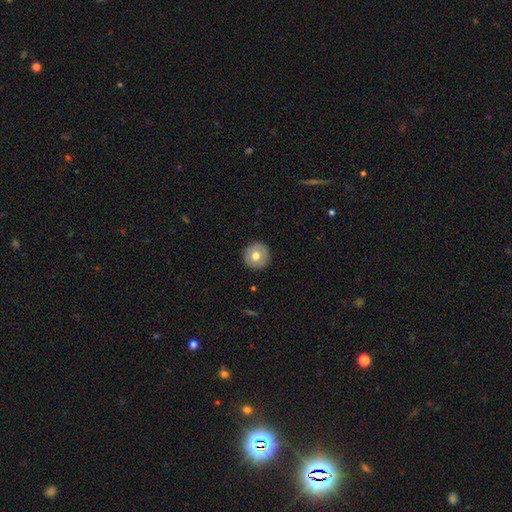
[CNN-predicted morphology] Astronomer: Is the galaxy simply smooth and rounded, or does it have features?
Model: smooth — 66%.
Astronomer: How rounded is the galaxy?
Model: round — 95%.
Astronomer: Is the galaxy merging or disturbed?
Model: none — 90%.